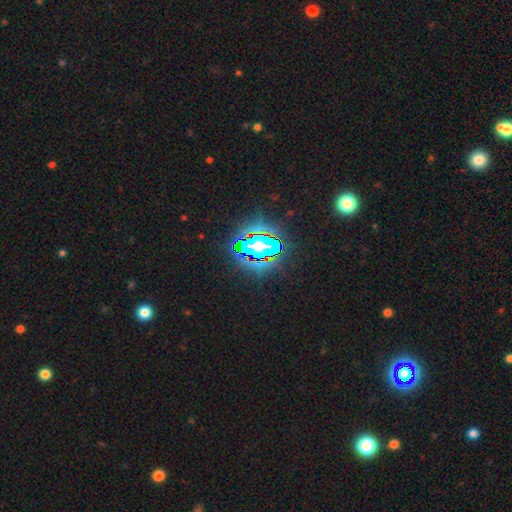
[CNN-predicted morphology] The model was most divided on "smooth or featured": star or artifact: 83%, smooth: 10%, featured or disk: 7%.